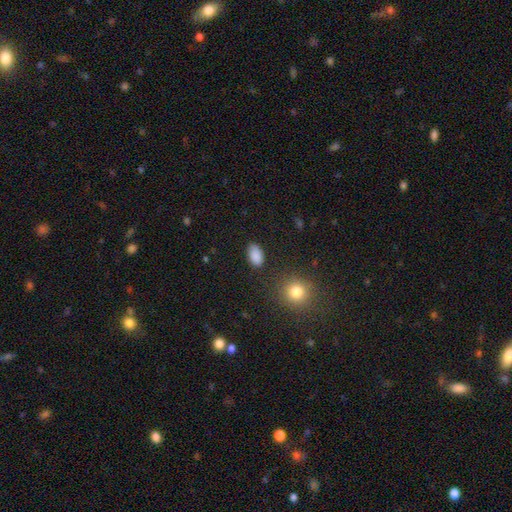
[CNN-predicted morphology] Smooth or featured: smooth — 87% (star or artifact — 9%)
How rounded: in between — 90% (round — 8%)
Merging: none — 79% (minor disturbance — 15%)